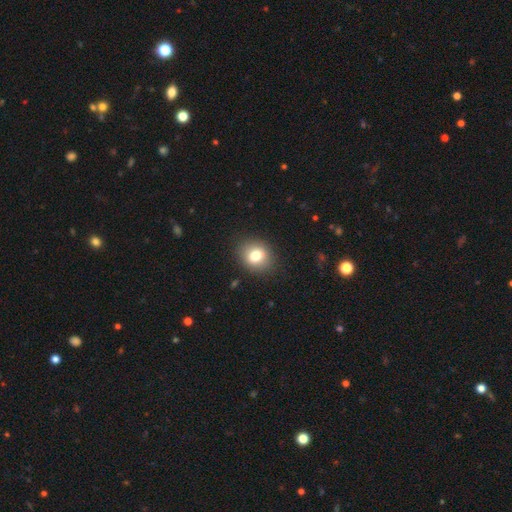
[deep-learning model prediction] This appears to be a smooth galaxy with no disk features (78%) that is round (67%). Merging: none (88%).